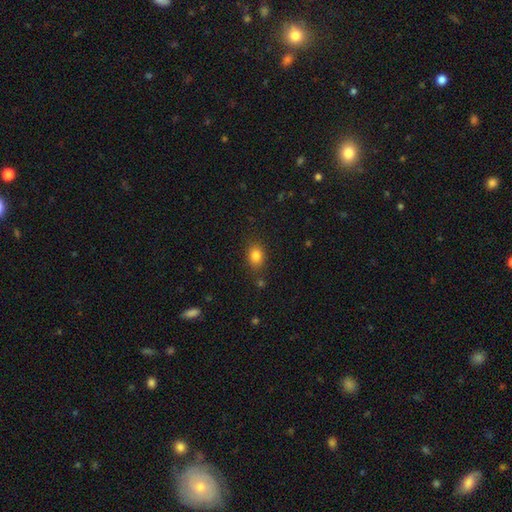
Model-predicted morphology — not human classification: Smooth or featured: smooth — 83% (star or artifact — 11%)
How rounded: in between — 58% (round — 40%)
Merging: none — 80% (minor disturbance — 13%)